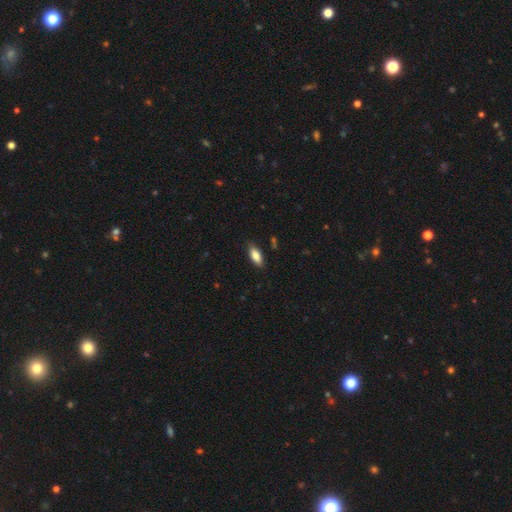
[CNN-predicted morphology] type=smooth (82%); roundness=in between (82%); merging=none (84%).